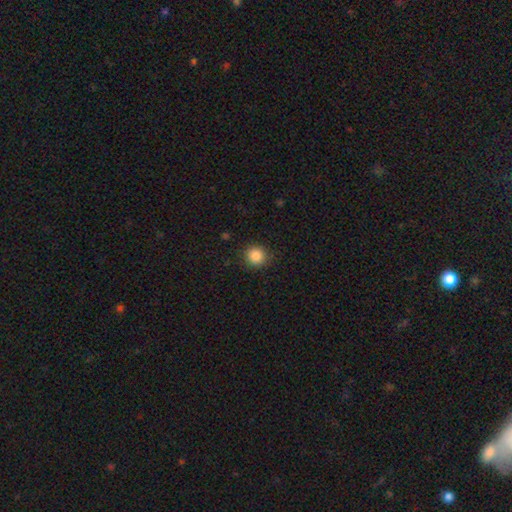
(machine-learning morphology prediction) Smooth or featured? smooth (86%)
How rounded? round (91%)
Merging? none (88%)